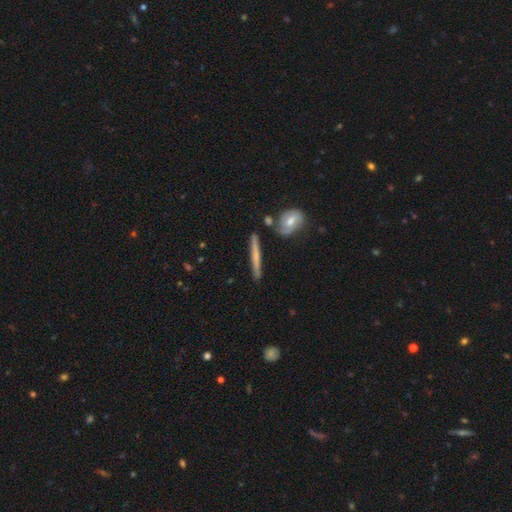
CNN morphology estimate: This is possibly a smooth galaxy (49%). Merging: clearly none (83%).